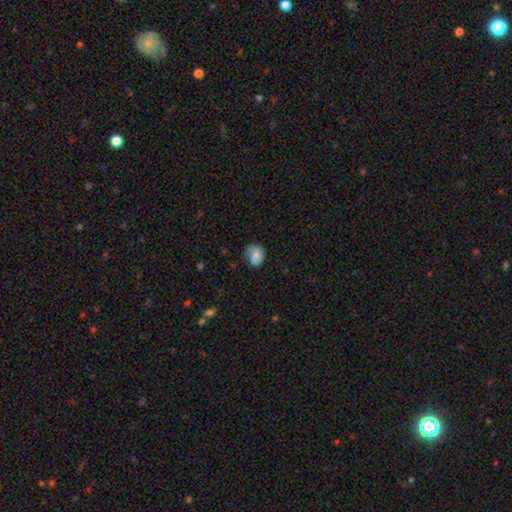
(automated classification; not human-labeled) smooth_or_featured: smooth (p=0.66) [alt: featured or disk p=0.26]
how_rounded: in between (p=0.53) [alt: round p=0.46]
merging: none (p=0.48) [alt: minor disturbance p=0.32]